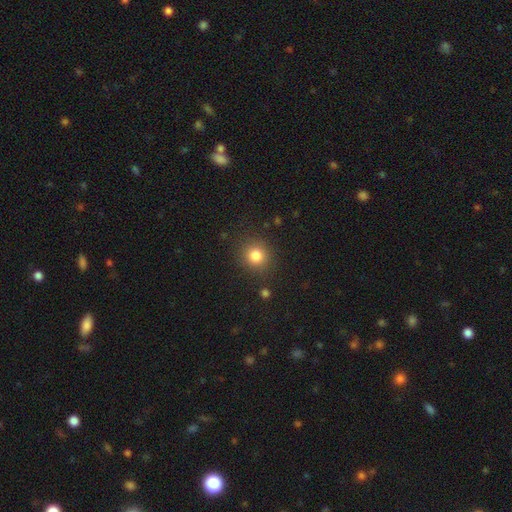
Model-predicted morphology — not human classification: This is clearly a smooth galaxy (82%). How rounded: clearly round (88%). Merging: clearly none (87%).